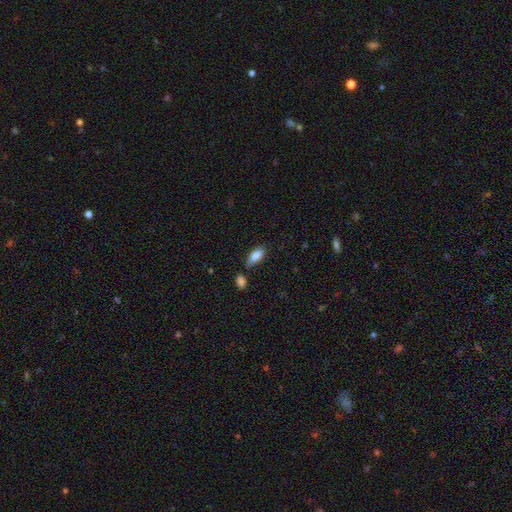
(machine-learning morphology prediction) This is clearly a smooth galaxy (84%). How rounded: clearly in between (83%). Merging: likely none (69%).